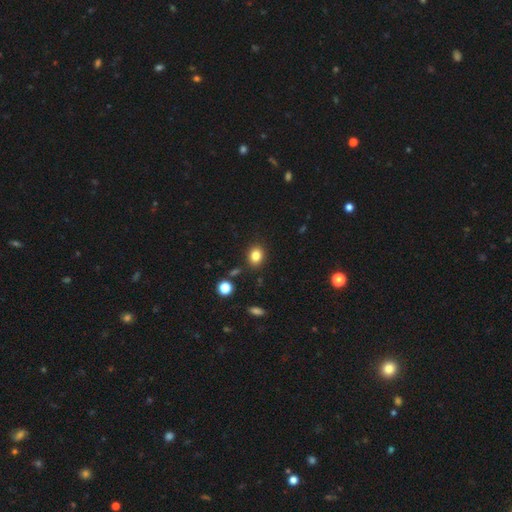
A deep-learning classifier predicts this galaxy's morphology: A smooth galaxy with no disk features (83%) that is round (50%).

Vote fractions:
- Smooth or featured? smooth: 83% / star or artifact: 11% / featured or disk: 6%
- How rounded? round: 50% / in between: 49% / cigar-shaped: 1%
- Merging? none: 86% / minor disturbance: 9% / merger: 3% / major disturbance: 2%